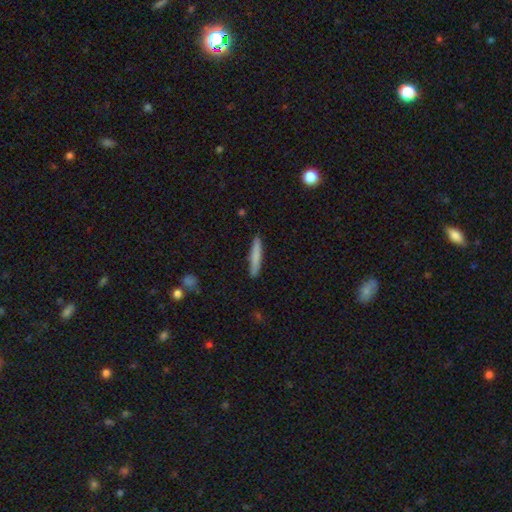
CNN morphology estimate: smooth 77%, featured or disk 17%, star or artifact 6%. Down the decision tree: how rounded — cigar-shaped (93%); merging — none (87%).